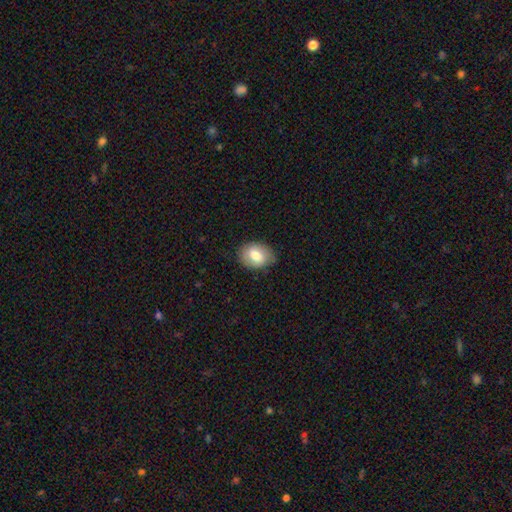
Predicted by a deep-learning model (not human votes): A smooth galaxy with no disk features (74%) that is in between round and cigar-shaped (66%).

Vote fractions:
- Smooth or featured? smooth: 74% / featured or disk: 19% / star or artifact: 7%
- How rounded? in between: 66% / round: 33% / cigar-shaped: 1%
- Merging? none: 78% / minor disturbance: 17% / major disturbance: 4% / merger: 1%